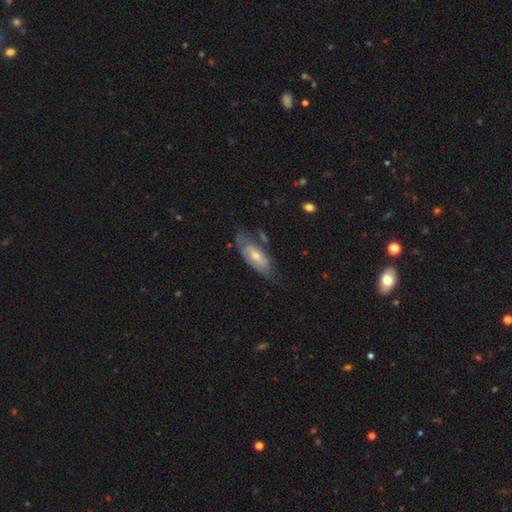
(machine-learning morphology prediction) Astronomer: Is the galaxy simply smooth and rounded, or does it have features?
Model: featured or disk — 47% (runner-up: smooth, 46%).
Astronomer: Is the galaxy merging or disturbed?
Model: none — 47% (runner-up: minor disturbance, 31%).